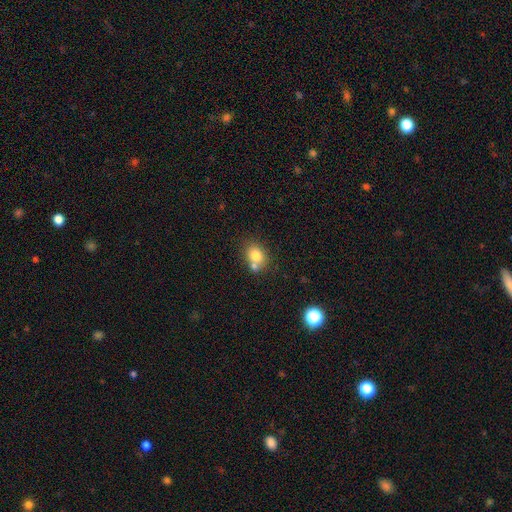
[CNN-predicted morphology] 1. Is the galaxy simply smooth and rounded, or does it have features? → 78% smooth, 12% featured or disk, 10% star or artifact.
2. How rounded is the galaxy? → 52% round, 47% in between, 1% cigar-shaped.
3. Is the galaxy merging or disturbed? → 49% none, 34% merger, 12% minor disturbance, 4% major disturbance.